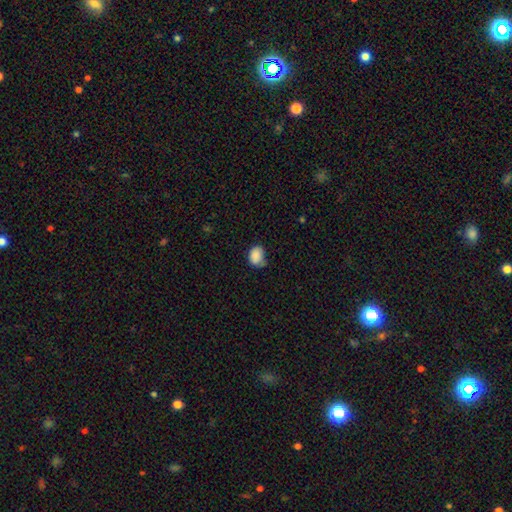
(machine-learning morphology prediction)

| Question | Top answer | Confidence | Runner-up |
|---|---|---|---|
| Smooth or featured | smooth | 87% | star or artifact (8%) |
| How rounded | in between | 64% | round (35%) |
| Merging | none | 53% | minor disturbance (35%) |